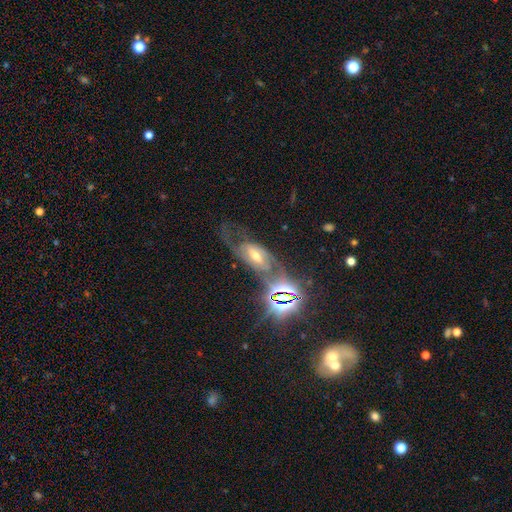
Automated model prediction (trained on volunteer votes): Smooth or featured? featured or disk (62%)
Edge-on disk? no (89%)
Bar? weak (40%)
Spiral arms? yes (84%)
Bulge size? moderate (61%)
Merging? none (48%)